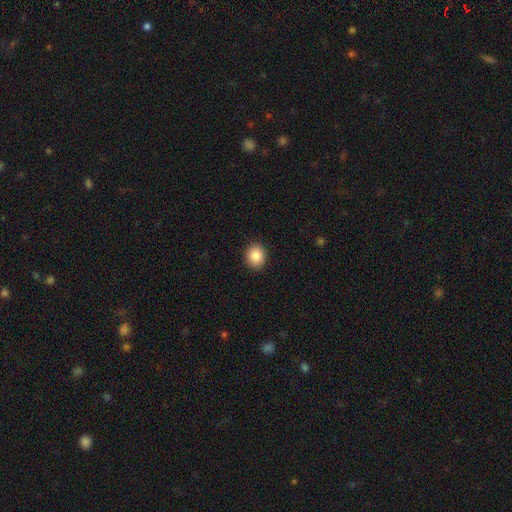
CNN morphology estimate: Smooth or featured? Predicted: smooth (p=0.86). How rounded? Predicted: round (p=0.70). Merging? Predicted: none (p=0.91).